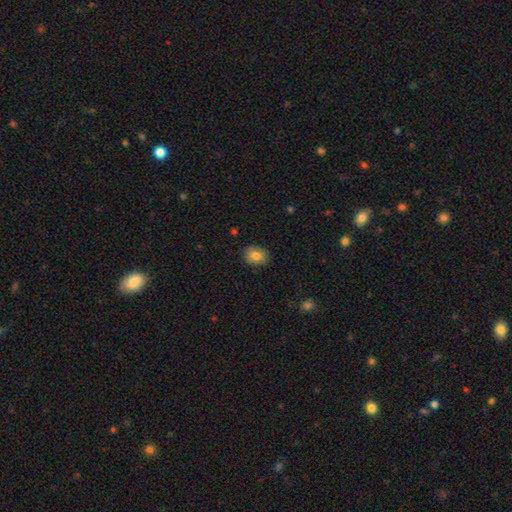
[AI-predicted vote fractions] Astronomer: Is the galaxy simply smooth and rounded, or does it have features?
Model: smooth — 81%.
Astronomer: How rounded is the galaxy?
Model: in between — 59% (runner-up: round, 40%).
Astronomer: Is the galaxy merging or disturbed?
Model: none — 87%.